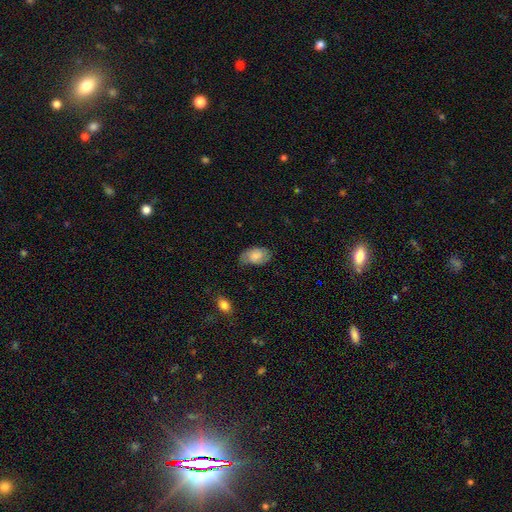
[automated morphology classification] A smooth galaxy with no disk features (62%) that is in between round and cigar-shaped (91%). Merging: none (65%).